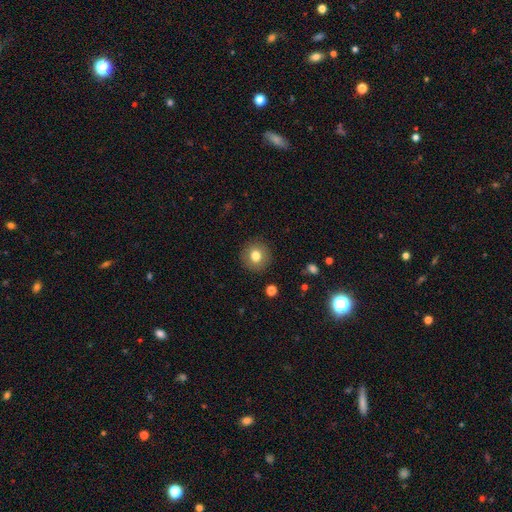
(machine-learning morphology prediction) type=smooth (79%); roundness=round (91%); merging=none (90%).